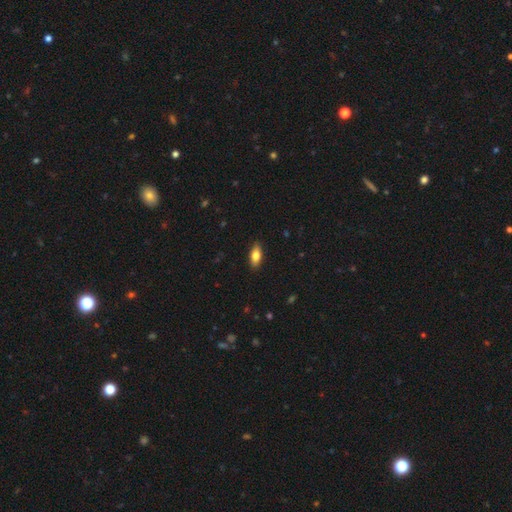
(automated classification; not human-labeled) smooth 79%, featured or disk 14%, star or artifact 7%. Down the decision tree: how rounded — in between (82%); merging — none (87%).